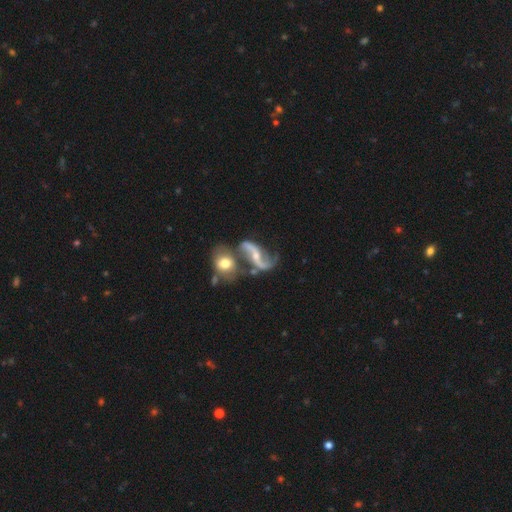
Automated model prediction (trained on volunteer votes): The model was most divided on "bar": weak: 37%, strong: 32%, no: 31%. Remaining: edge-on disk — no (96%); spiral arms — yes (95%); spiral arm count — 2 (92%); smooth or featured — featured or disk (87%); spiral winding — loose (80%); bulge size — small (56%); merging — none (42%).